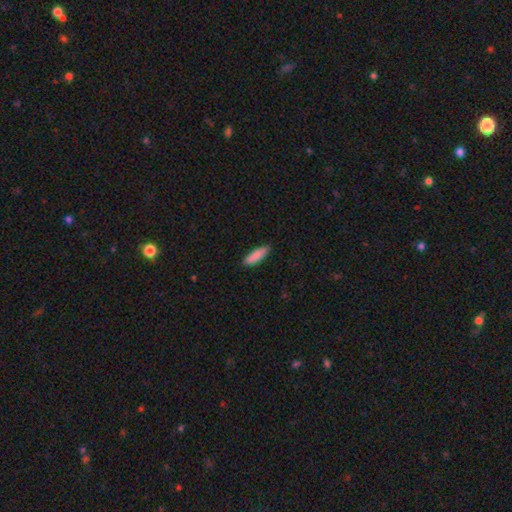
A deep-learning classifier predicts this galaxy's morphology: Smooth or featured? Predicted: smooth (p=0.89). How rounded? Predicted: cigar-shaped (p=0.53). Merging? Predicted: none (p=0.86).